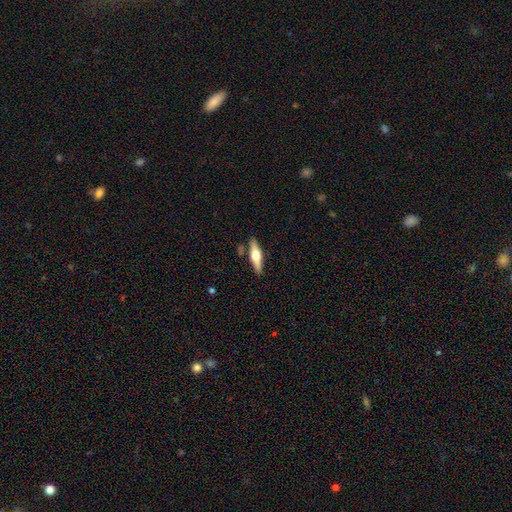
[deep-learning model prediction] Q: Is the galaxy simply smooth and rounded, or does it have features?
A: featured or disk — 62%.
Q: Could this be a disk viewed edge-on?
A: yes — 95%.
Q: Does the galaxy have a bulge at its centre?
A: rounded — 95%.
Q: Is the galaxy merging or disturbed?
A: none — 84%.